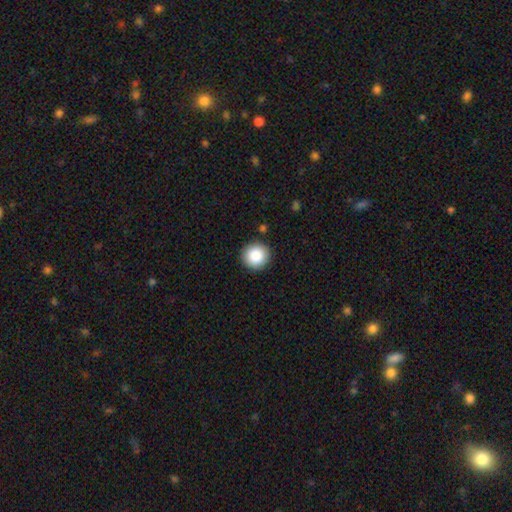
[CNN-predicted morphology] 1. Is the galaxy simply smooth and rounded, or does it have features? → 87% smooth, 8% star or artifact, 5% featured or disk.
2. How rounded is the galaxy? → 93% round, 6% in between, 1% cigar-shaped.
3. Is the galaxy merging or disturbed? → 91% none, 6% minor disturbance, 2% major disturbance, 1% merger.